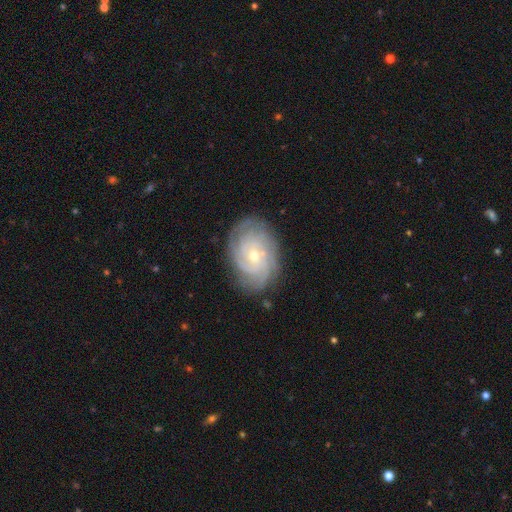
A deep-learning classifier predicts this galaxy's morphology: smooth-or-featured: featured or disk: 80% | smooth: 12% | star or artifact: 8%
  disk-edge-on: no: 96% | yes: 4%
    bar: no: 74% | weak: 21% | strong: 5%
    has-spiral-arms: yes: 96% | no: 4%
      spiral-winding: tight: 79% | medium: 17% | loose: 4%
      spiral-arm-count: can't tell: 34% | 4: 19% | 3: 19% | 2: 13% | more than 4: 10% | 1: 6%
    bulge-size: small: 59% | moderate: 38% | large: 1% | none: 1% | dominant: 1%
  merging: none: 82% | minor disturbance: 14% | major disturbance: 4% | merger: 1%